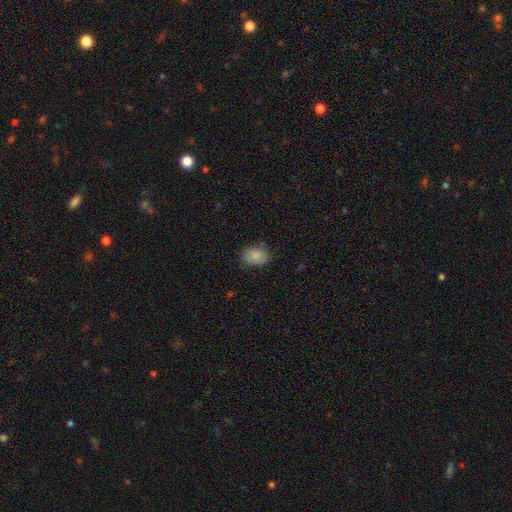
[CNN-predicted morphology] type=smooth (85%); roundness=in between (79%); merging=none (79%).